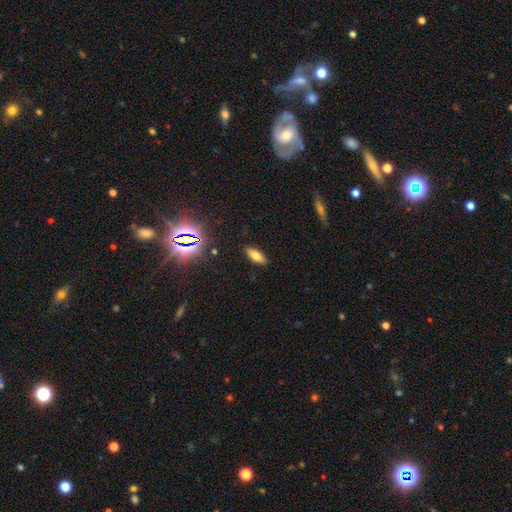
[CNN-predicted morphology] Smooth or featured? smooth (72%)
How rounded? in between (76%)
Merging? none (88%)